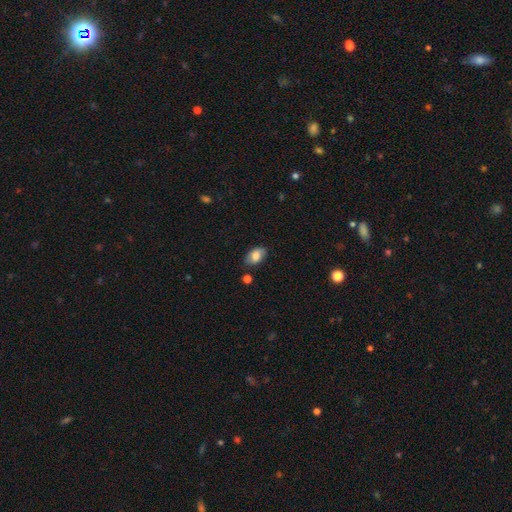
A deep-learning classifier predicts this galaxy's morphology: Smooth or featured? smooth (74%)
How rounded? in between (91%)
Merging? none (78%)